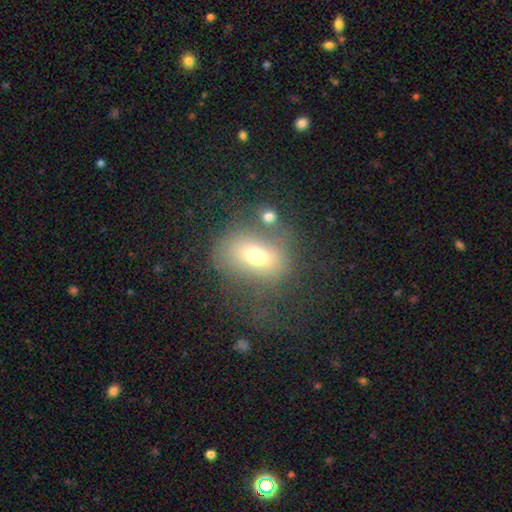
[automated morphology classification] smooth-or-featured: smooth: 67% | featured or disk: 20% | star or artifact: 13%
  how-rounded: in between: 61% | round: 37% | cigar-shaped: 2%
  merging: none: 51% | minor disturbance: 20% | major disturbance: 19% | merger: 10%